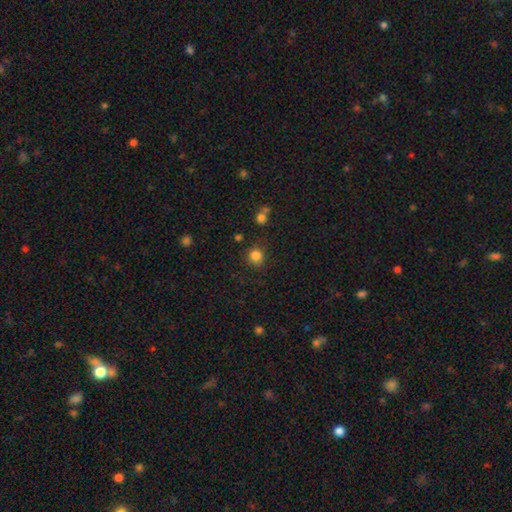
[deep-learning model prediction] This appears to be a smooth galaxy with no disk features (83%) that is round (89%). Merging: none (81%).